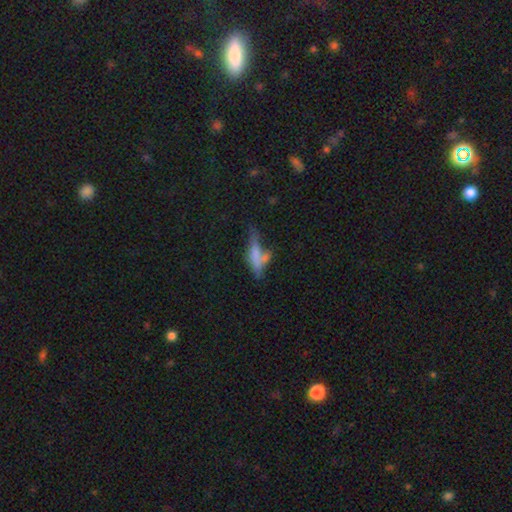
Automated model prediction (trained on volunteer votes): Smooth or featured: smooth — 55% (featured or disk — 31%)
How rounded: cigar-shaped — 61% (in between — 33%)
Merging: none — 35% (merger — 32%)